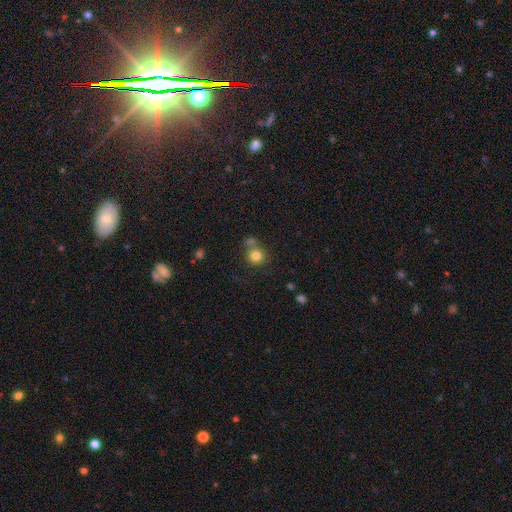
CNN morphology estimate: Overall: smooth (80%). How rounded: round (91%). Merging: none (59%; merger 26%).